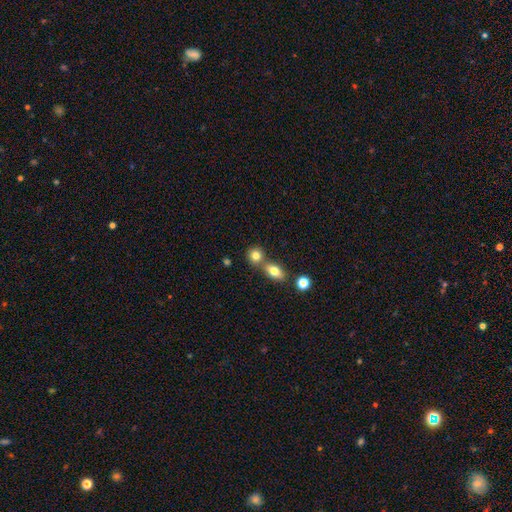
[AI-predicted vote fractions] smooth-or-featured: smooth: 81% | star or artifact: 10% | featured or disk: 9%
  how-rounded: round: 72% | in between: 26% | cigar-shaped: 2%
  merging: none: 54% | merger: 36% | minor disturbance: 8% | major disturbance: 3%